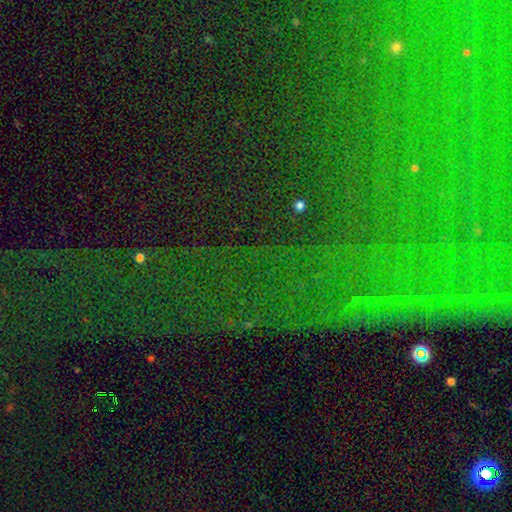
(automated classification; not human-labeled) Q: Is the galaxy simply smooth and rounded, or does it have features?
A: star or artifact — 82%.